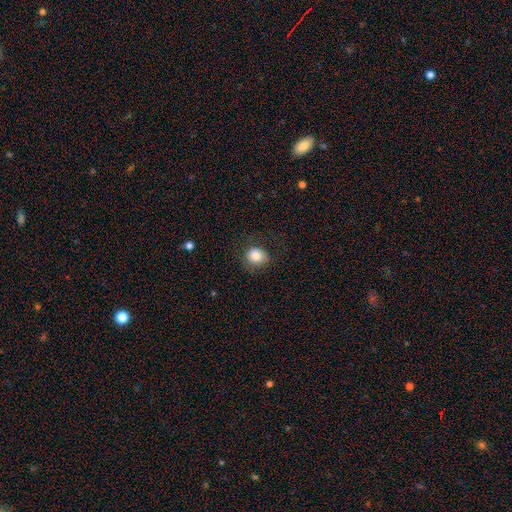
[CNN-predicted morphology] smooth_or_featured: smooth (p=0.82) [alt: star or artifact p=0.10]
how_rounded: round (p=0.70) [alt: in between p=0.29]
merging: none (p=0.74) [alt: minor disturbance p=0.16]